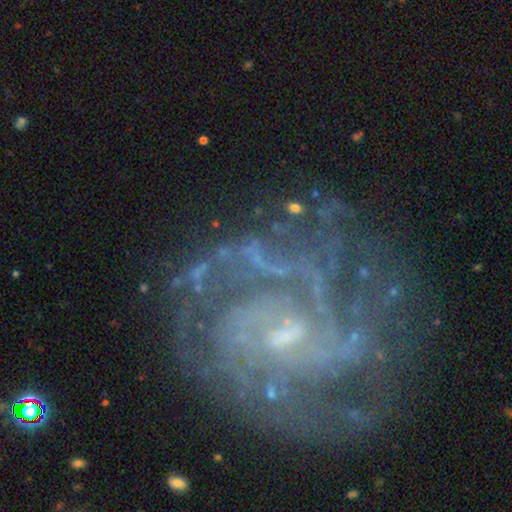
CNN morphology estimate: Q: Smooth or featured?
A: featured or disk (86%); runner-up: star or artifact (9%)
Q: Edge-on disk?
A: no (98%); runner-up: yes (2%)
Q: Bar?
A: weak (48%); runner-up: no (36%)
Q: Spiral arms?
A: yes (95%); runner-up: no (5%)
Q: Spiral winding?
A: tight (53%); runner-up: medium (36%)
Q: Spiral arm count?
A: can't tell (28%); runner-up: 3 (18%)
Q: Bulge size?
A: small (60%); runner-up: moderate (24%)
Q: Merging?
A: none (65%); runner-up: minor disturbance (17%)